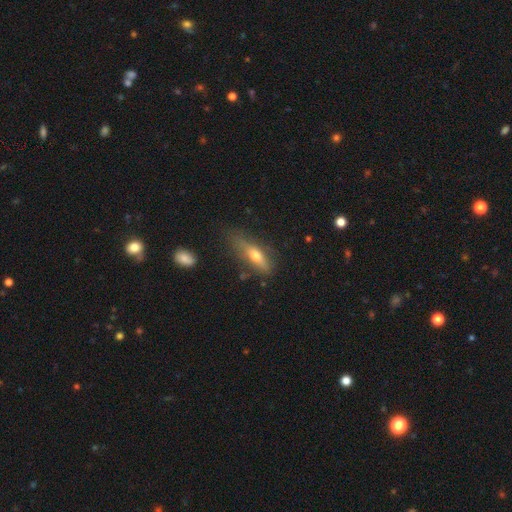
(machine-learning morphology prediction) Smooth or featured?
  - smooth: 52% *
  - featured or disk: 41%
  - star or artifact: 7%
How rounded?
  - cigar-shaped: 58% *
  - in between: 39%
  - round: 3%
Merging?
  - none: 63% *
  - minor disturbance: 25%
  - major disturbance: 9%
  - merger: 3%